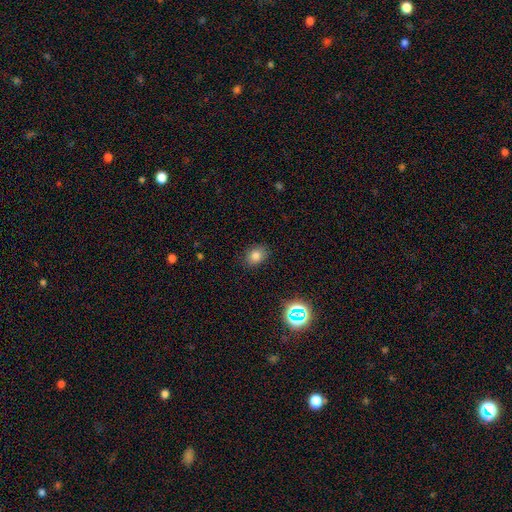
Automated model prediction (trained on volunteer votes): smooth-or-featured: smooth: 78% | star or artifact: 15% | featured or disk: 7%
  how-rounded: in between: 58% | round: 41% | cigar-shaped: 1%
  merging: none: 85% | minor disturbance: 11% | major disturbance: 3% | merger: 1%